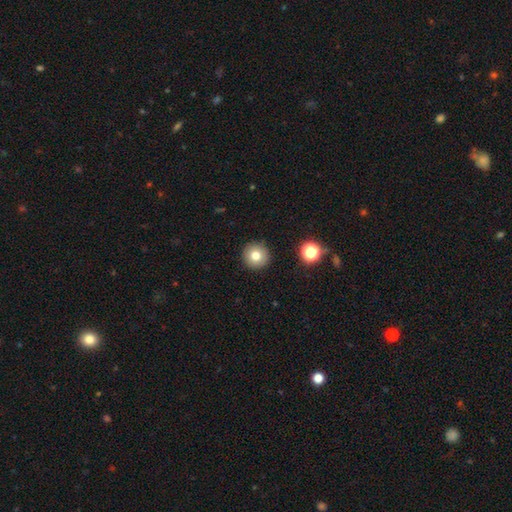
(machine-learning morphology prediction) This is likely a smooth galaxy (78%). How rounded: clearly round (95%). Merging: clearly none (92%).